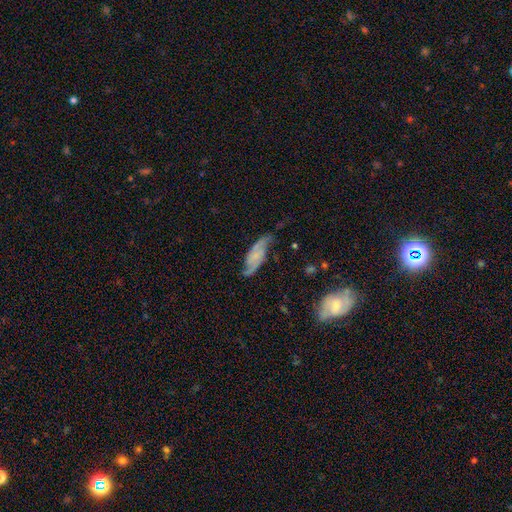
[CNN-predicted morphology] This appears to be a featured or disk galaxy (71%) with no bar (59%), 2 (87%) loose (47%) spiral arms (93%) and a small central bulge (52%). Merging: none (64%).